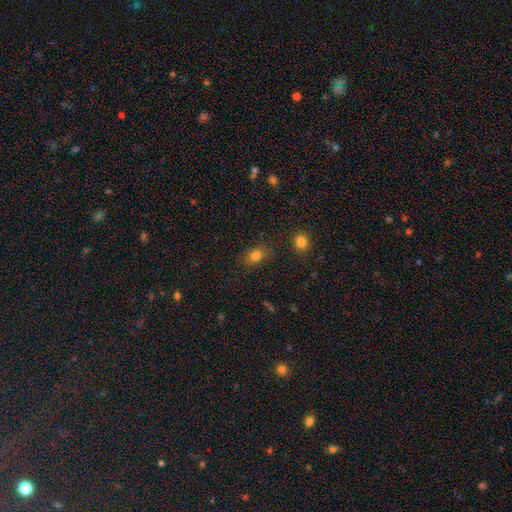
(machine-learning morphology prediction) Smooth or featured? Predicted: smooth (p=0.81). How rounded? Predicted: in between (p=0.70). Merging? Predicted: none (p=0.81).